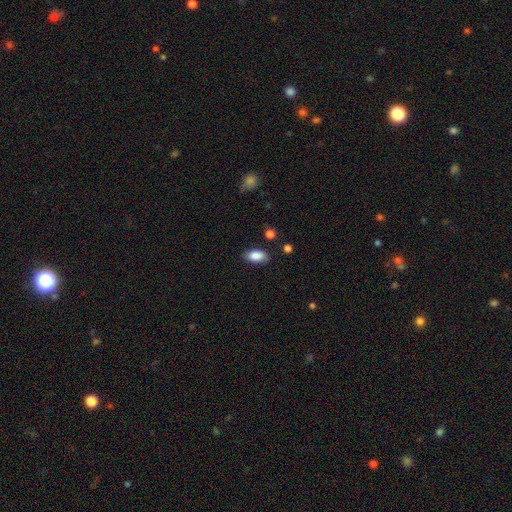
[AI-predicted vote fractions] Q: Smooth or featured?
A: smooth (87%); runner-up: star or artifact (7%)
Q: How rounded?
A: in between (91%); runner-up: cigar-shaped (4%)
Q: Merging?
A: none (84%); runner-up: minor disturbance (12%)